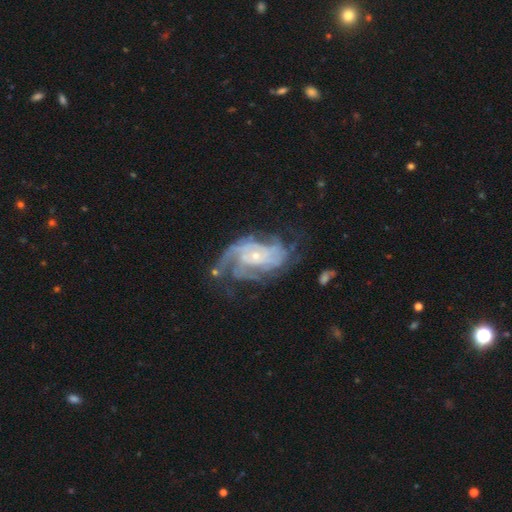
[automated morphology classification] smooth-or-featured: featured or disk: 87% | smooth: 7% | star or artifact: 6%
  disk-edge-on: no: 97% | yes: 3%
    bar: no: 67% | weak: 25% | strong: 7%
    has-spiral-arms: yes: 95% | no: 5%
      spiral-winding: tight: 48% | medium: 37% | loose: 14%
      spiral-arm-count: can't tell: 30% | 2: 24% | 3: 20% | 4: 12% | 1: 7% | more than 4: 7%
    bulge-size: small: 74% | moderate: 21% | none: 2% | large: 2% | dominant: 1%
  merging: none: 53% | major disturbance: 23% | minor disturbance: 21% | merger: 3%